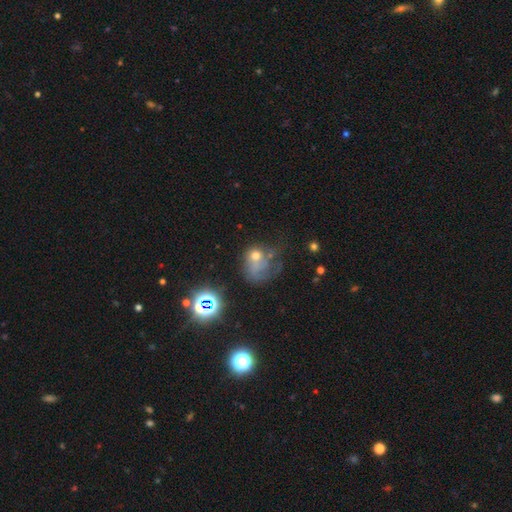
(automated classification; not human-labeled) This is marginally a smooth galaxy (40%). Merging: possibly major disturbance (46%).